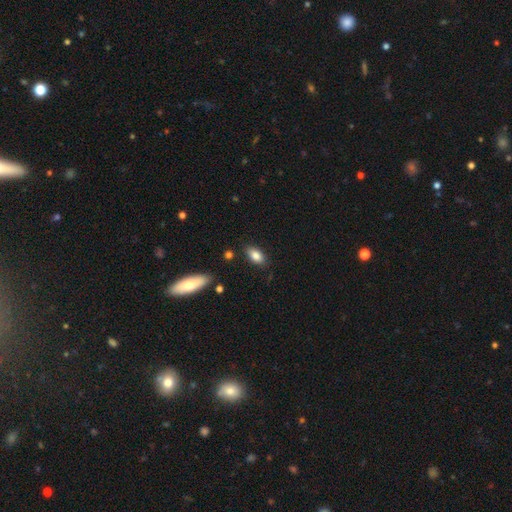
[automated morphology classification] Smooth or featured? Predicted: smooth (p=0.84). How rounded? Predicted: in between (p=0.90). Merging? Predicted: none (p=0.82).